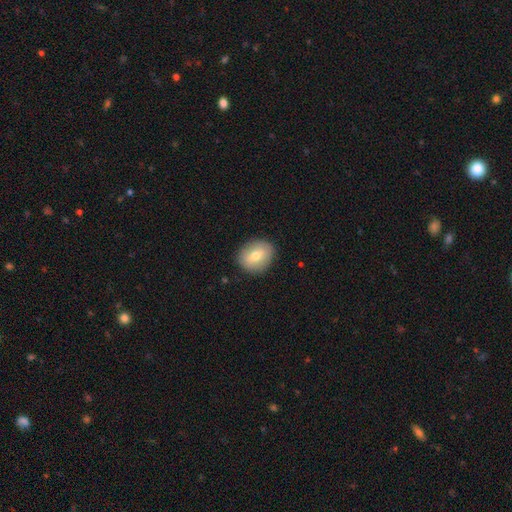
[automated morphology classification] type=smooth (64%); roundness=round (65%); merging=none (86%).